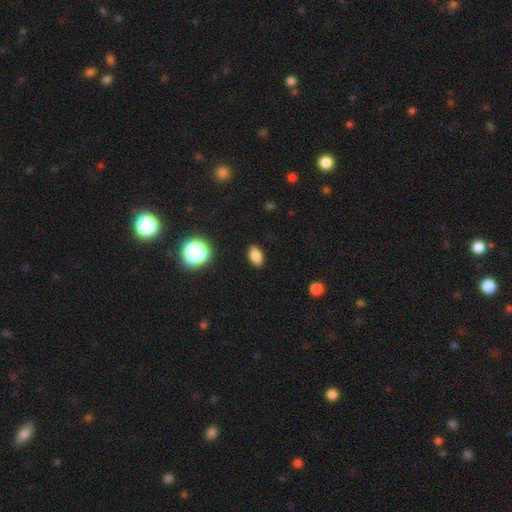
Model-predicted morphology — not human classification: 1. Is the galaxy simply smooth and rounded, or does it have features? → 83% smooth, 12% star or artifact, 6% featured or disk.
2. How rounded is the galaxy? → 88% in between, 9% round, 3% cigar-shaped.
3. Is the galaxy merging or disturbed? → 88% none, 9% minor disturbance, 2% major disturbance, 1% merger.